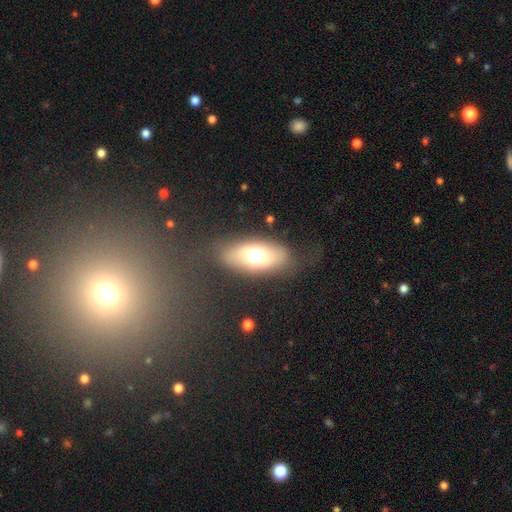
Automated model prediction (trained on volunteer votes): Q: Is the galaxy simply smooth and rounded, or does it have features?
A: smooth — 65%.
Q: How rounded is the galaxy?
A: in between — 82%.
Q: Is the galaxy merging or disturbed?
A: none — 75%.